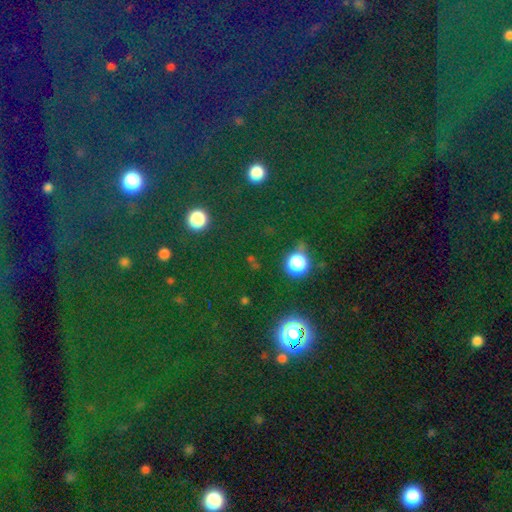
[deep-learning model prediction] A star or artifact, not a galaxy (76%).

Vote fractions:
- Smooth or featured? star or artifact: 76% / smooth: 16% / featured or disk: 8%